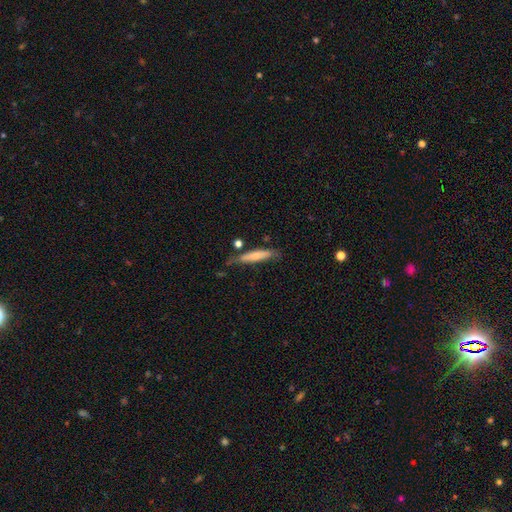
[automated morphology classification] Smooth or featured?
  - smooth: 67% *
  - featured or disk: 27%
  - star or artifact: 6%
How rounded?
  - cigar-shaped: 87% *
  - in between: 12%
  - round: 2%
Merging?
  - none: 63% *
  - minor disturbance: 24%
  - merger: 7%
  - major disturbance: 6%